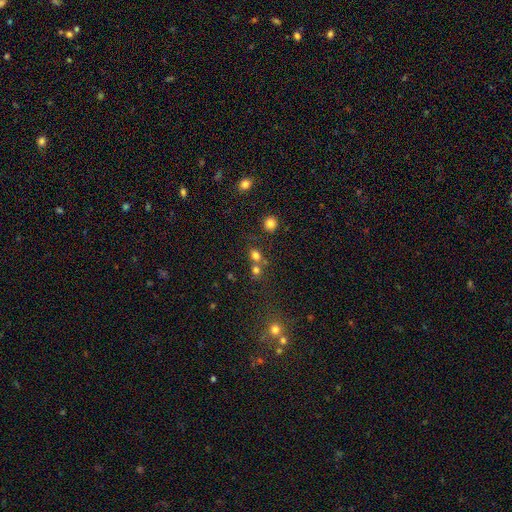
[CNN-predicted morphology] Overall: smooth (75%). How rounded: round (64%; in between 35%). Merging: none (49%; merger 38%).